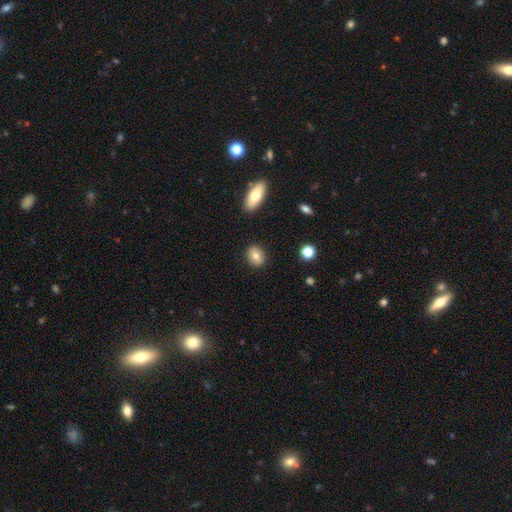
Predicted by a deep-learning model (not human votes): A smooth galaxy with no disk features (78%) that is in between round and cigar-shaped (51%). Merging: none (88%).